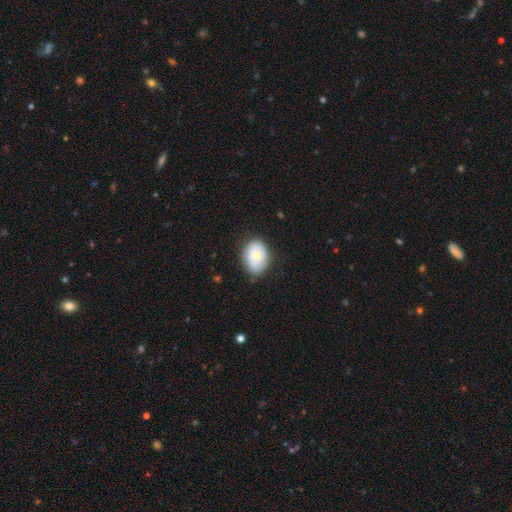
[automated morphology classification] smooth-or-featured: smooth: 63% | featured or disk: 30% | star or artifact: 7%
  how-rounded: in between: 75% | round: 24% | cigar-shaped: 1%
  merging: none: 73% | minor disturbance: 21% | major disturbance: 5% | merger: 1%